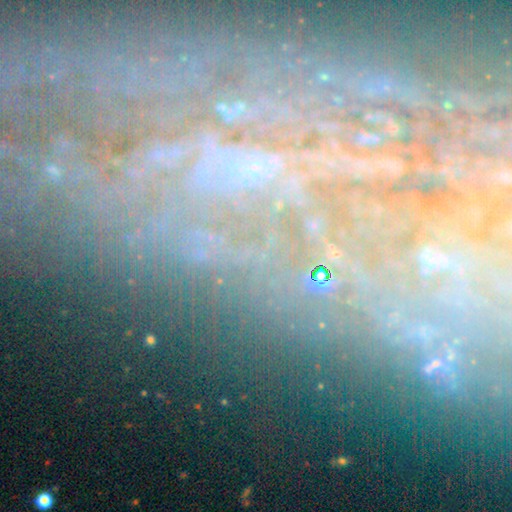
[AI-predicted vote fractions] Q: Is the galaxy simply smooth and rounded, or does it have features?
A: star or artifact — 43%.